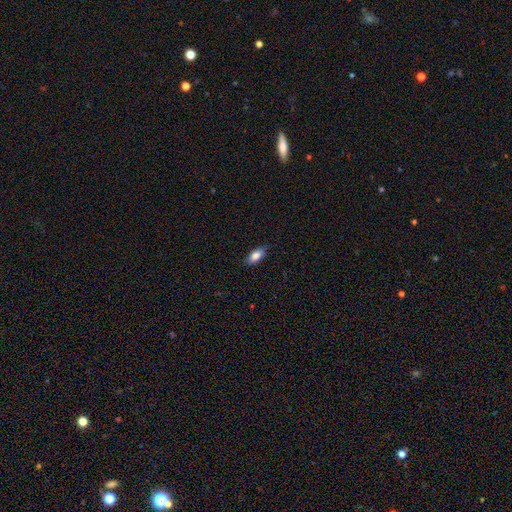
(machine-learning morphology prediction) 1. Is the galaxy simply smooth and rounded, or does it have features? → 83% smooth, 10% featured or disk, 7% star or artifact.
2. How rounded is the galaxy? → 86% in between, 11% cigar-shaped, 3% round.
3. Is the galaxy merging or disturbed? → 82% none, 14% minor disturbance, 3% major disturbance, 1% merger.